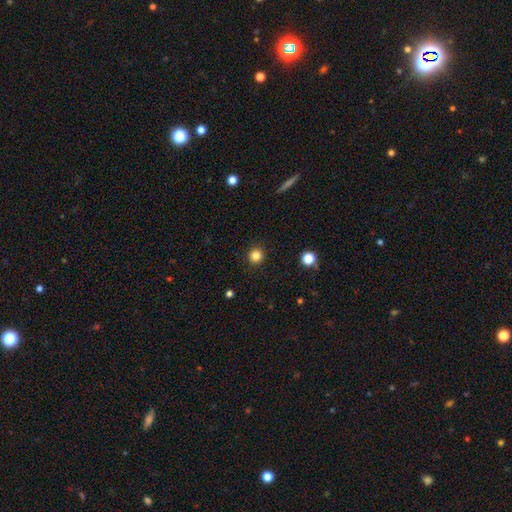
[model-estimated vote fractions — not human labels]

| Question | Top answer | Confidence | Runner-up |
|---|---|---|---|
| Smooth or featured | smooth | 84% | star or artifact (12%) |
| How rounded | round | 95% | in between (4%) |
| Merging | none | 92% | minor disturbance (5%) |